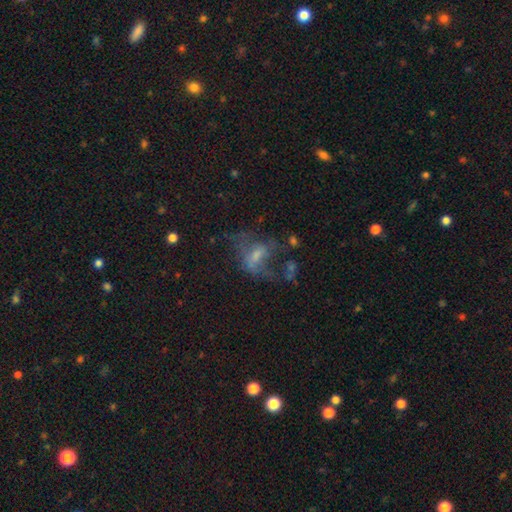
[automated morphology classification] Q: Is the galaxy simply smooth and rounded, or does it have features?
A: featured or disk — 54%.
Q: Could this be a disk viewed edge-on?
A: no — 94%.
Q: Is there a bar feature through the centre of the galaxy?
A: no — 54%.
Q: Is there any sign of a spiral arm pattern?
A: no — 59%.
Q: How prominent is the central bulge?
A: small — 43%.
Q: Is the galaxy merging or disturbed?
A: major disturbance — 42%.